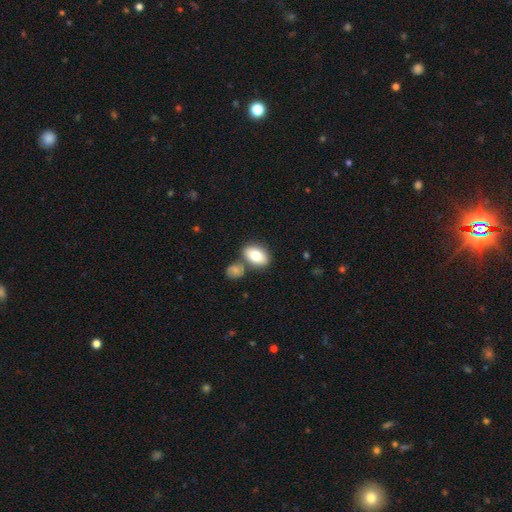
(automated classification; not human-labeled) smooth-or-featured: smooth: 78% | featured or disk: 15% | star or artifact: 7%
  how-rounded: in between: 87% | round: 11% | cigar-shaped: 2%
  merging: none: 65% | merger: 20% | minor disturbance: 12% | major disturbance: 3%